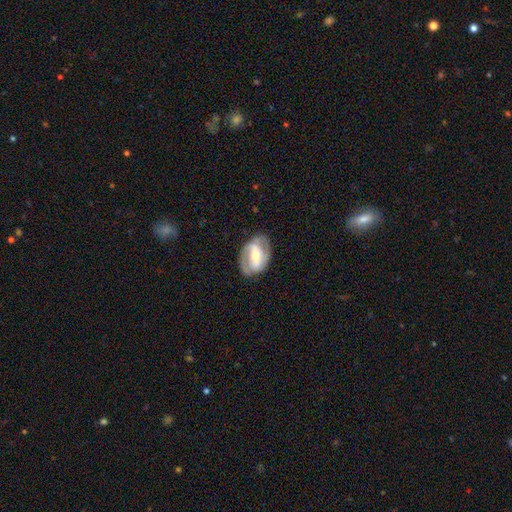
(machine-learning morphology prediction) type=featured or disk (76%); edge-on=no (95%); bar=strong (58%); spiral arms=yes (78%); winding=medium (42%, tied with tight); arm count=2 (83%); bulge=moderate (52%); merging=none (78%).